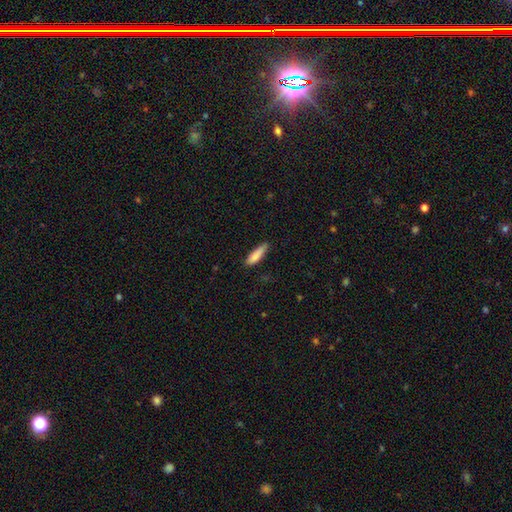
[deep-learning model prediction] Smooth or featured: smooth — 83% (featured or disk — 10%)
How rounded: cigar-shaped — 73% (in between — 26%)
Merging: none — 76% (minor disturbance — 20%)